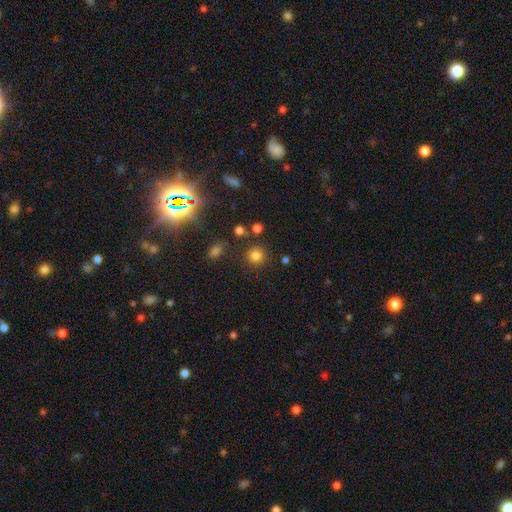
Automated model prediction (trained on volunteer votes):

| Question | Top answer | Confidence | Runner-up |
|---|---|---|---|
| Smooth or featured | smooth | 76% | star or artifact (18%) |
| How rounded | round | 91% | in between (8%) |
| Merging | none | 84% | minor disturbance (8%) |